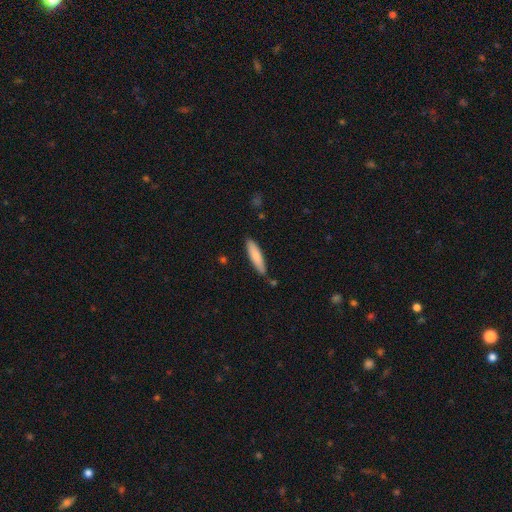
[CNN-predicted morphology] Overall: smooth (81%). How rounded: cigar-shaped (77%). Merging: none (80%).